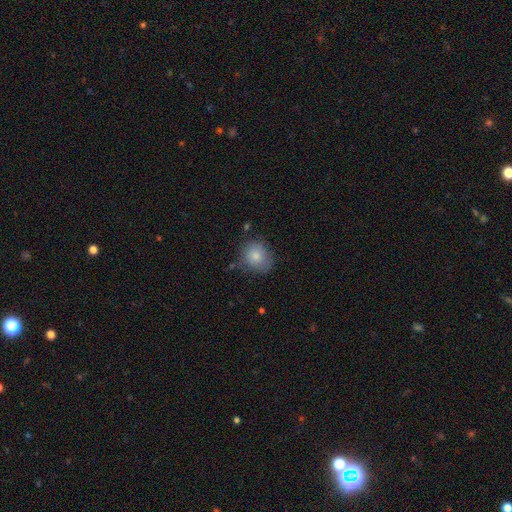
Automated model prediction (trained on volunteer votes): Morphology: type=smooth (80%); roundness=round (75%); merging=none (68%).